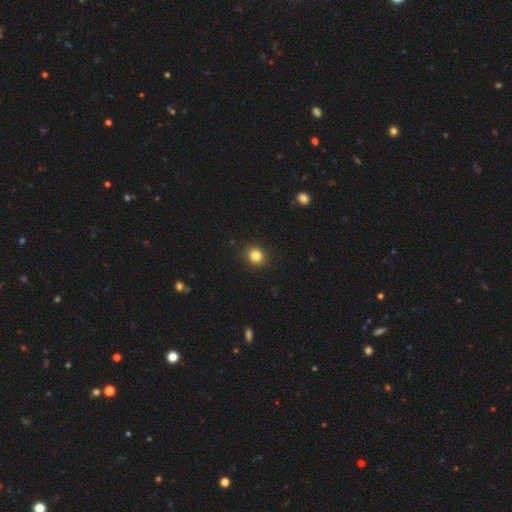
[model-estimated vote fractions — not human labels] The model was most divided on "how rounded": round: 84%, in between: 15%, cigar-shaped: 1%. More confident: merging — none (91%); smooth or featured — smooth (84%).